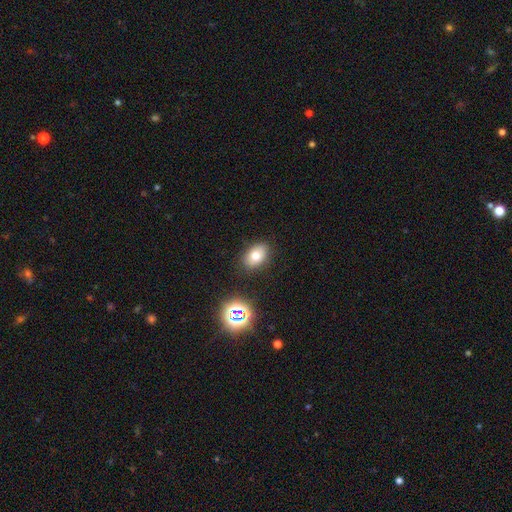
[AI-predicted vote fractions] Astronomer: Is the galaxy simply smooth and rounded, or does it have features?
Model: smooth — 72%.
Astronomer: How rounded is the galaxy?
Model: in between — 82%.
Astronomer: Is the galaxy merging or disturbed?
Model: none — 85%.